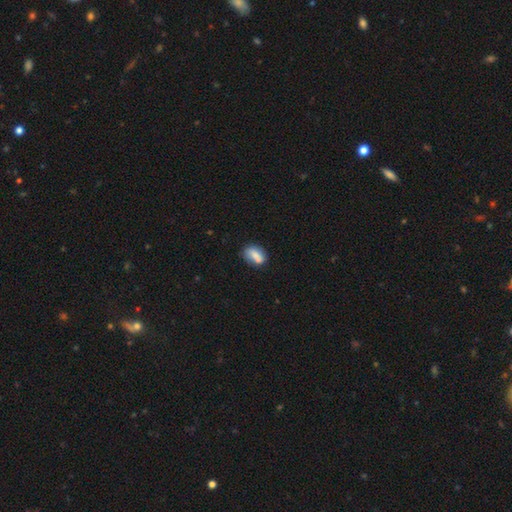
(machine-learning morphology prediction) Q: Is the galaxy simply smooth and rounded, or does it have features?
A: smooth — 79%.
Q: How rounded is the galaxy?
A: in between — 83%.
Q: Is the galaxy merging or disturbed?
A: none — 61%.